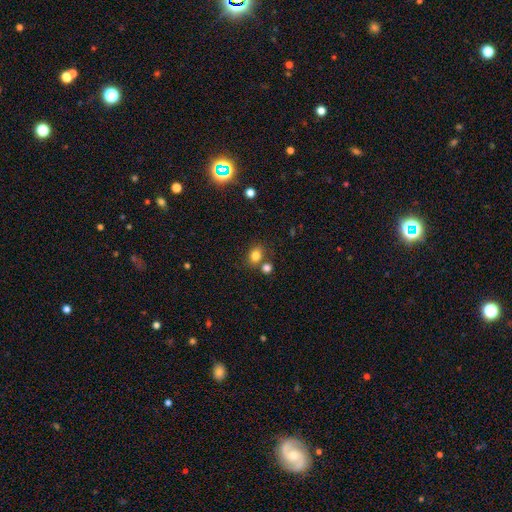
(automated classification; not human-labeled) This is clearly a smooth galaxy (81%). How rounded: possibly in between (52%). Merging: likely none (66%).